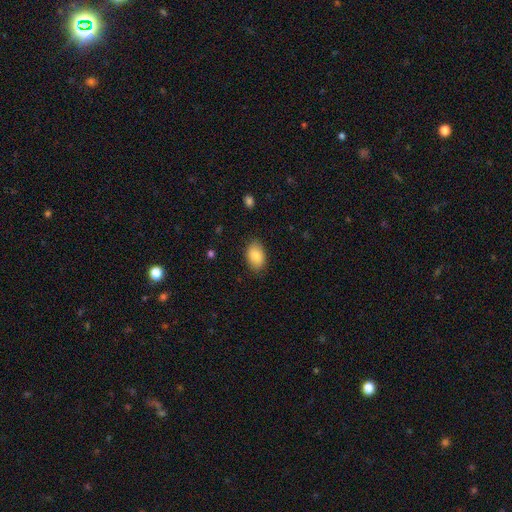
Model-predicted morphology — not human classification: A smooth galaxy with no disk features (85%) that is in between round and cigar-shaped (91%). Merging: none (84%).